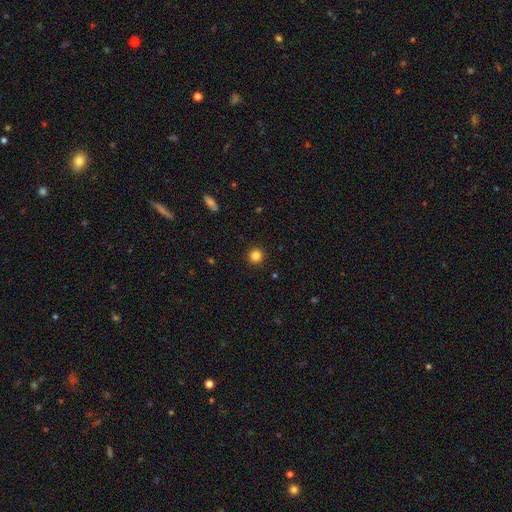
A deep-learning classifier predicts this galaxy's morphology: Smooth or featured? smooth (84%)
How rounded? round (95%)
Merging? none (93%)